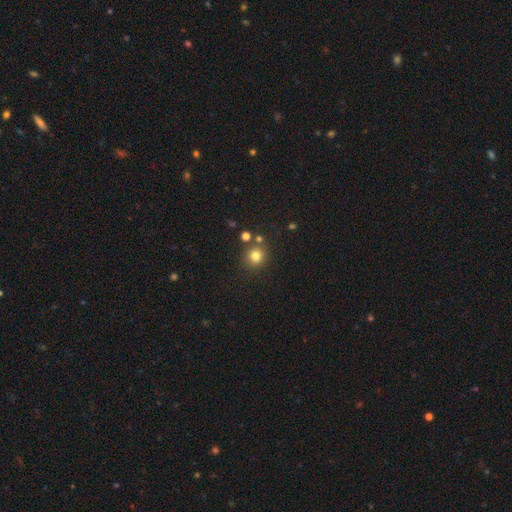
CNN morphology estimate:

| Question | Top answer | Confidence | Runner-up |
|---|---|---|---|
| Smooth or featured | smooth | 78% | star or artifact (15%) |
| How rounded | round | 89% | in between (10%) |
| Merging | none | 78% | merger (11%) |